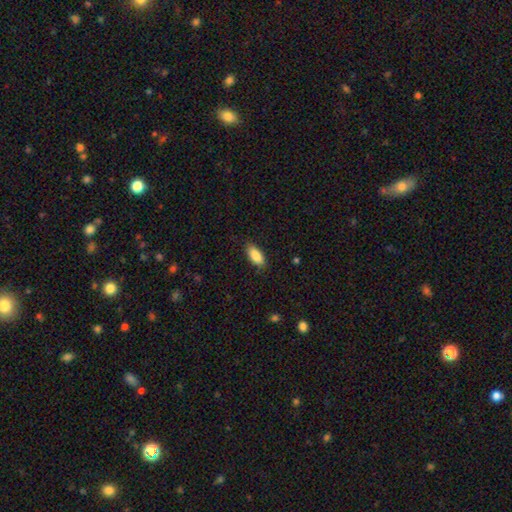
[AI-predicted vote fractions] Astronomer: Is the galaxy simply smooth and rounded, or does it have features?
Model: smooth — 88%.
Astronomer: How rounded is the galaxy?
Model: in between — 88%.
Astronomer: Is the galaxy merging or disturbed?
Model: none — 85%.